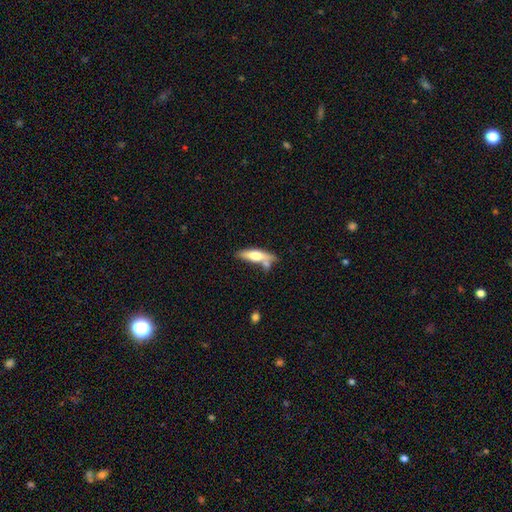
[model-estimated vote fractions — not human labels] Smooth or featured? smooth (56%)
How rounded? cigar-shaped (60%)
Merging? none (53%)